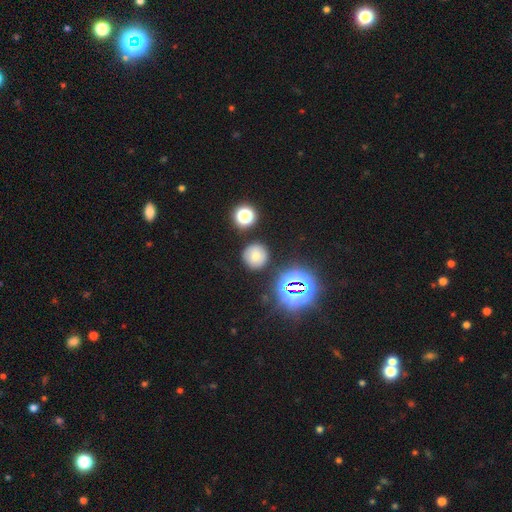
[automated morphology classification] A smooth galaxy with no disk features (68%) that is round (93%).

Vote fractions:
- Smooth or featured? smooth: 68% / star or artifact: 19% / featured or disk: 13%
- How rounded? round: 93% / in between: 6% / cigar-shaped: 1%
- Merging? none: 84% / minor disturbance: 9% / merger: 4% / major disturbance: 3%